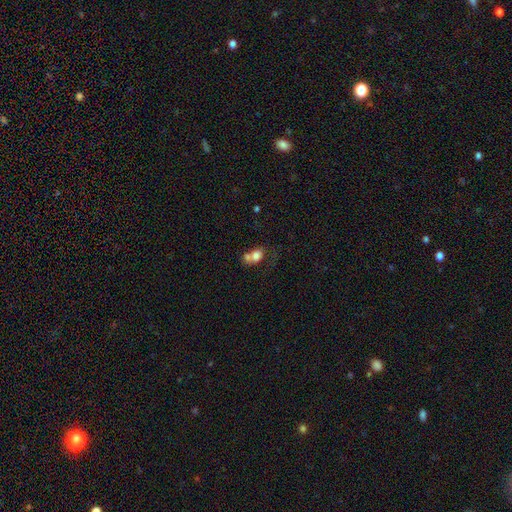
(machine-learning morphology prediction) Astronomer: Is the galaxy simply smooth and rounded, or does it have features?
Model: smooth — 72%.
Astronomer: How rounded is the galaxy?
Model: in between — 58% (runner-up: round, 41%).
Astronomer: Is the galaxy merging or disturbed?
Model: merger — 60%.